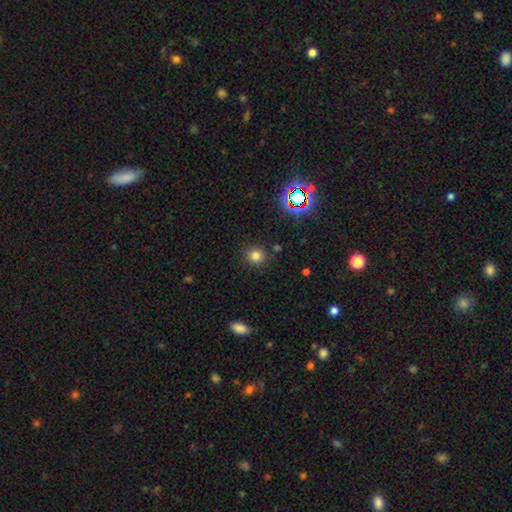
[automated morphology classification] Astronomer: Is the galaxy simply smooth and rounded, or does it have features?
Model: smooth — 77%.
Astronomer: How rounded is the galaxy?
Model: round — 88%.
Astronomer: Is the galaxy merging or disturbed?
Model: none — 86%.